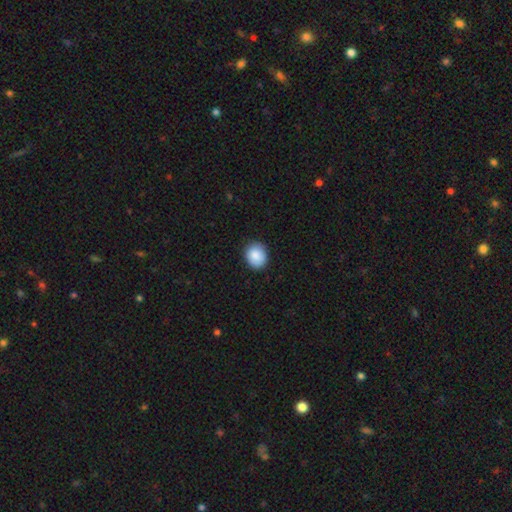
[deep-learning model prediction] smooth 88%, star or artifact 7%, featured or disk 5%. Down the decision tree: how rounded — round (65%); merging — none (87%).